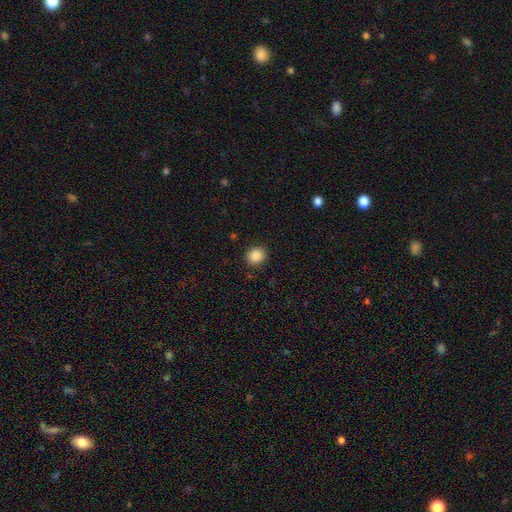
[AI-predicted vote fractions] This is clearly a smooth galaxy (87%). How rounded: clearly round (86%). Merging: clearly none (90%).